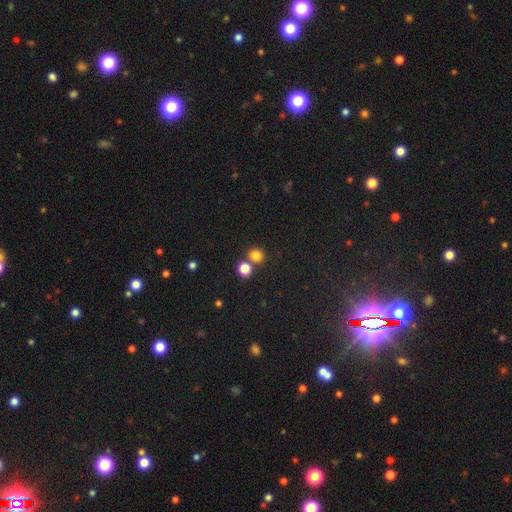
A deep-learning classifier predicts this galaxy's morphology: smooth-or-featured: smooth: 80% | star or artifact: 14% | featured or disk: 5%
  how-rounded: round: 86% | in between: 13% | cigar-shaped: 1%
  merging: none: 66% | merger: 24% | minor disturbance: 7% | major disturbance: 3%